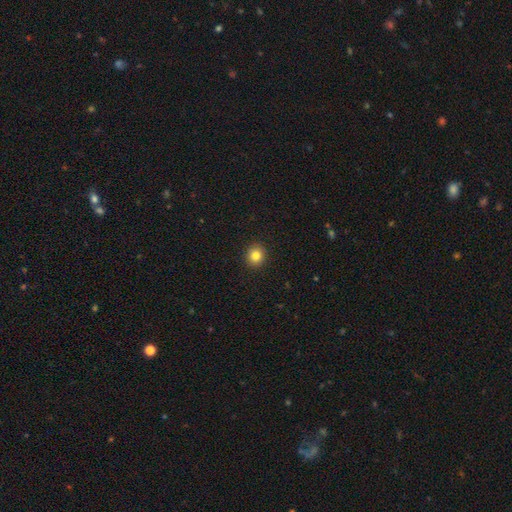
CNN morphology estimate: Smooth or featured: smooth — 82% (star or artifact — 11%)
How rounded: round — 89% (in between — 11%)
Merging: none — 93% (minor disturbance — 5%)